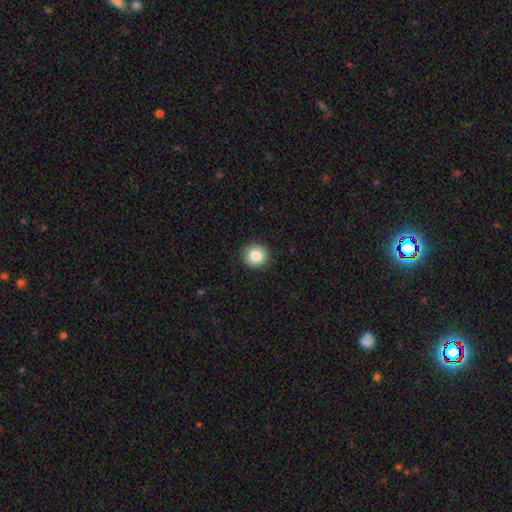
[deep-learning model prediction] A smooth galaxy with no disk features (86%) that is round (87%). Merging: none (88%).